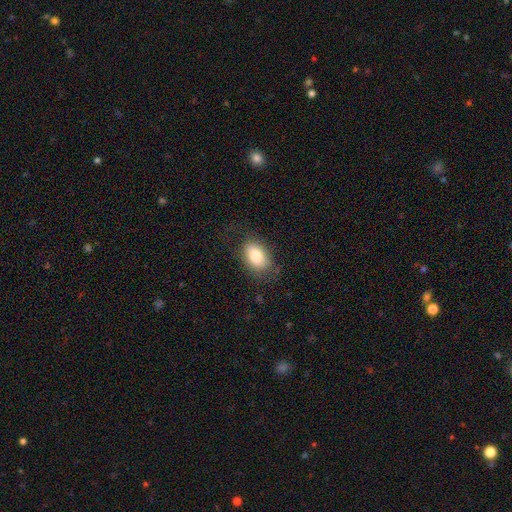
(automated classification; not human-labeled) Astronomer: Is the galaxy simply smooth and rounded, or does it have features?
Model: smooth — 83%.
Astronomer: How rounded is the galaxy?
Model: in between — 90%.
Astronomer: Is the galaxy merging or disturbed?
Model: none — 73%.